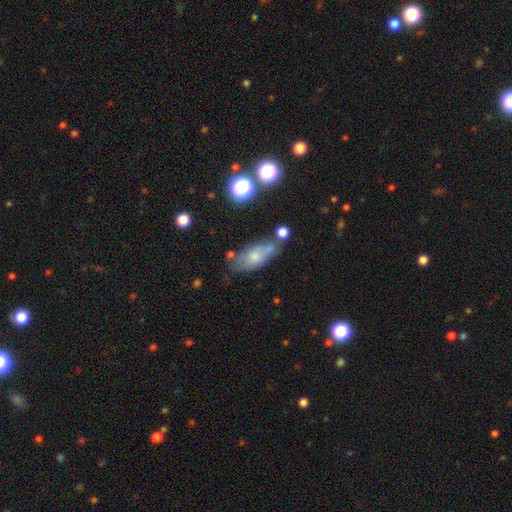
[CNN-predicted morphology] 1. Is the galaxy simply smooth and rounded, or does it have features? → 61% smooth, 28% featured or disk, 11% star or artifact.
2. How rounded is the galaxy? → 78% in between, 16% cigar-shaped, 6% round.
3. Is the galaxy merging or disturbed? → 51% none, 25% minor disturbance, 14% merger, 10% major disturbance.